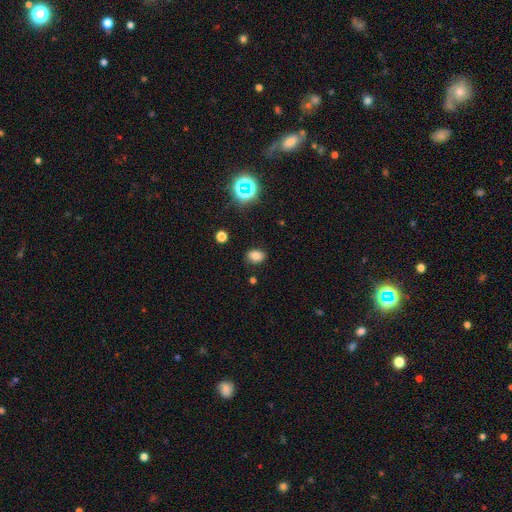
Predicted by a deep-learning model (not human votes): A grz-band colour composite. It shows a smooth galaxy with no disk features (76%) that is in between round and cigar-shaped (71%). Merging: none (85%).